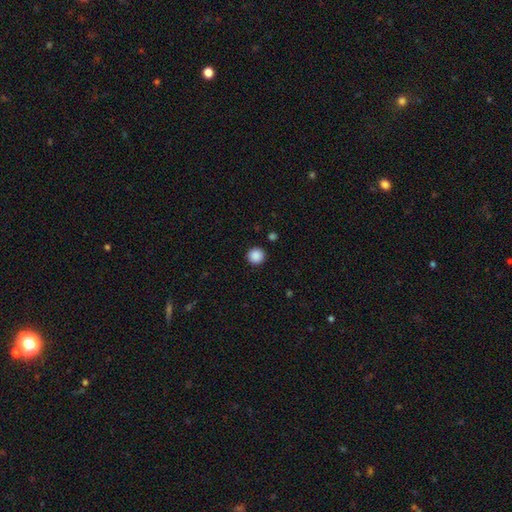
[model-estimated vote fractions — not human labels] Smooth or featured?
  - smooth: 88% *
  - star or artifact: 9%
  - featured or disk: 2%
How rounded?
  - round: 95% *
  - in between: 4%
  - cigar-shaped: 1%
Merging?
  - none: 92% *
  - minor disturbance: 5%
  - major disturbance: 2%
  - merger: 1%